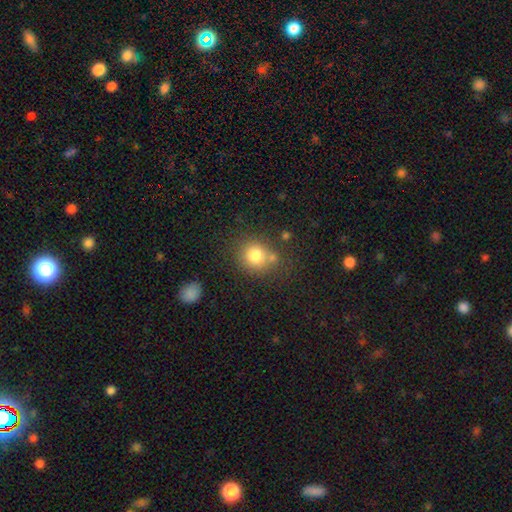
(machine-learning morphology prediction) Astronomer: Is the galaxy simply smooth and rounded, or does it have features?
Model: smooth — 79%.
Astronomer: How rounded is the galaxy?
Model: round — 83%.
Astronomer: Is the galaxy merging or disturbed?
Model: none — 65%.